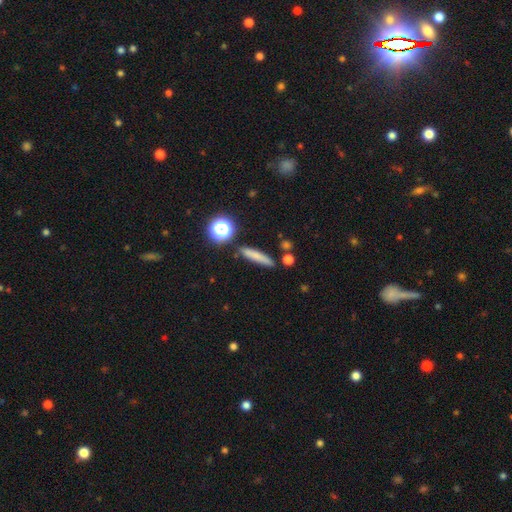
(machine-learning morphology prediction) A smooth galaxy with no disk features (73%) that is cigar-shaped (83%). Merging: none (83%).